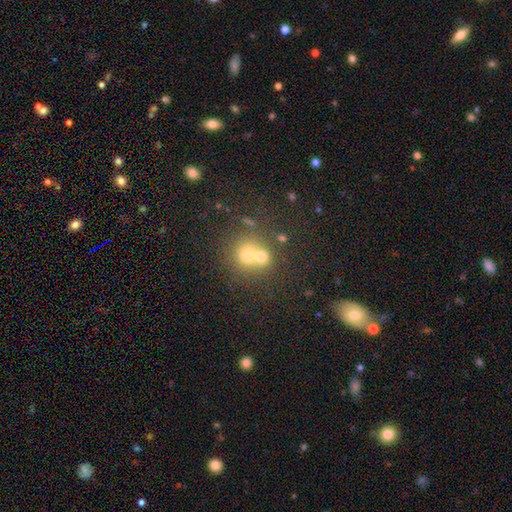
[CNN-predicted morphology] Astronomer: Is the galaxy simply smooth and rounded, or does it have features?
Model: smooth — 65%.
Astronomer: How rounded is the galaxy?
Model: round — 81%.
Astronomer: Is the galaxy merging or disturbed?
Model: merger — 57% (runner-up: none, 33%).